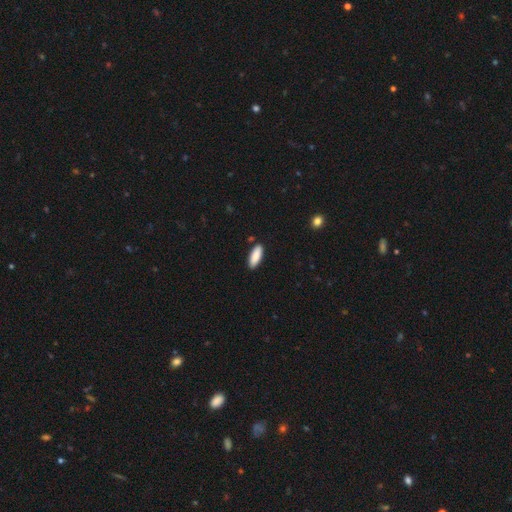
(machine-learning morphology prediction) Smooth or featured?
  - smooth: 89% *
  - star or artifact: 6%
  - featured or disk: 6%
How rounded?
  - in between: 66% *
  - cigar-shaped: 32%
  - round: 2%
Merging?
  - none: 88% *
  - minor disturbance: 9%
  - major disturbance: 2%
  - merger: 2%